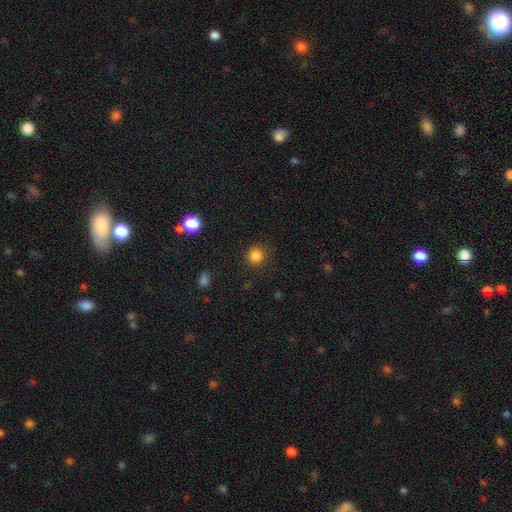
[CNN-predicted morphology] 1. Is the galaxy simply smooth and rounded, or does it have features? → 84% smooth, 12% star or artifact, 3% featured or disk.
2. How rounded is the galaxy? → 89% round, 10% in between, 1% cigar-shaped.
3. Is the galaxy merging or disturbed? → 87% none, 9% minor disturbance, 3% major disturbance, 1% merger.